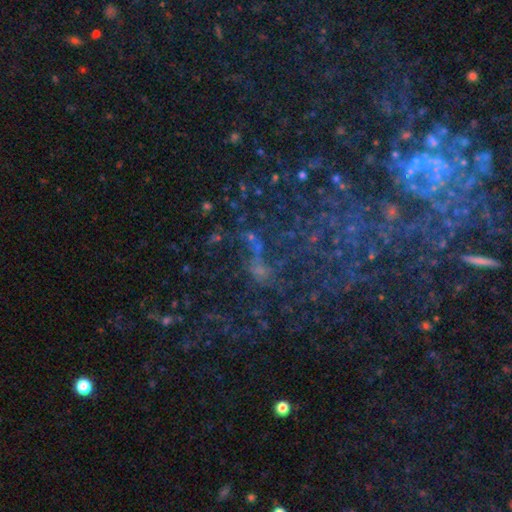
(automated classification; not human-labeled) A star or artifact, not a galaxy (56%).